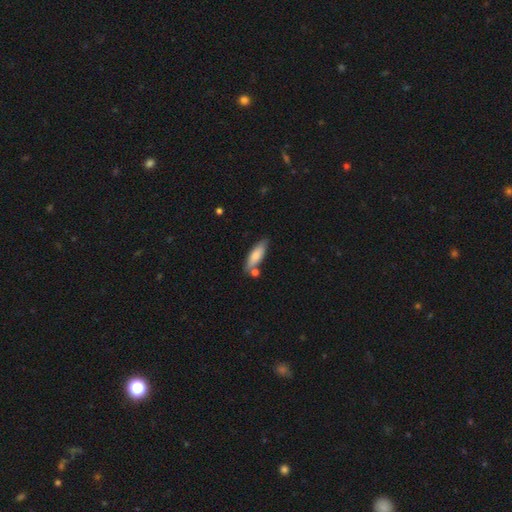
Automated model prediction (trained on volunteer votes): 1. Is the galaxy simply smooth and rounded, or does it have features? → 74% smooth, 20% featured or disk, 6% star or artifact.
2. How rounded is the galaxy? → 49% in between (tied), 49% cigar-shaped (tied), 2% round.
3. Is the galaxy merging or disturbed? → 72% none, 14% minor disturbance, 11% merger, 3% major disturbance.